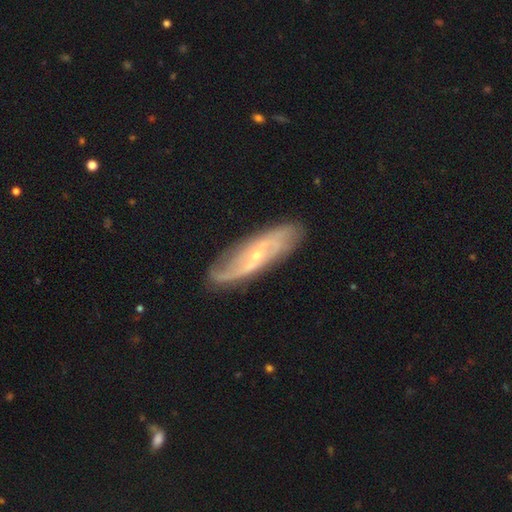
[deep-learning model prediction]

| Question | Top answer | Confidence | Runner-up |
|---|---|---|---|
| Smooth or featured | featured or disk | 76% | smooth (17%) |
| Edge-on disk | no | 78% | yes (22%) |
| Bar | no | 46% | weak (38%) |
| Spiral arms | yes | 90% | no (10%) |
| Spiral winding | loose | 51% | medium (31%) |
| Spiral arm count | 2 | 63% | can't tell (22%) |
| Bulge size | small | 75% | moderate (20%) |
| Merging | none | 81% | minor disturbance (14%) |